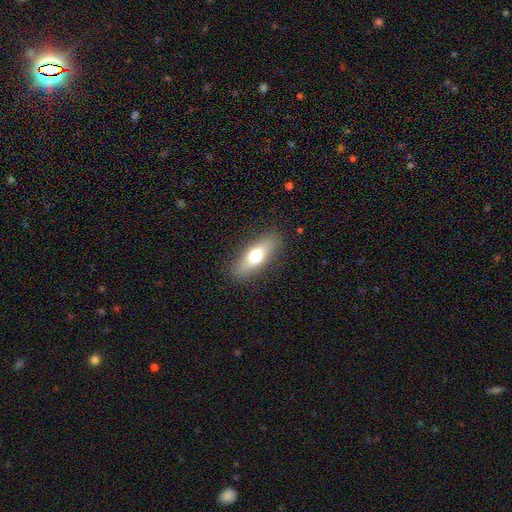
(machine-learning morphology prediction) Smooth or featured: smooth — 64% (featured or disk — 29%)
How rounded: in between — 60% (cigar-shaped — 37%)
Merging: none — 87% (minor disturbance — 10%)